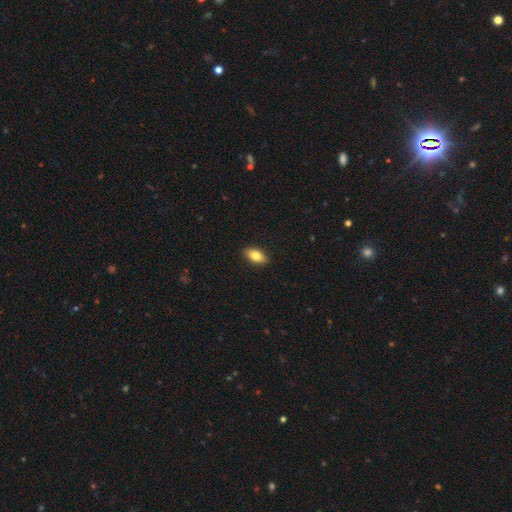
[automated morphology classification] Smooth or featured? smooth (79%)
How rounded? in between (88%)
Merging? none (90%)